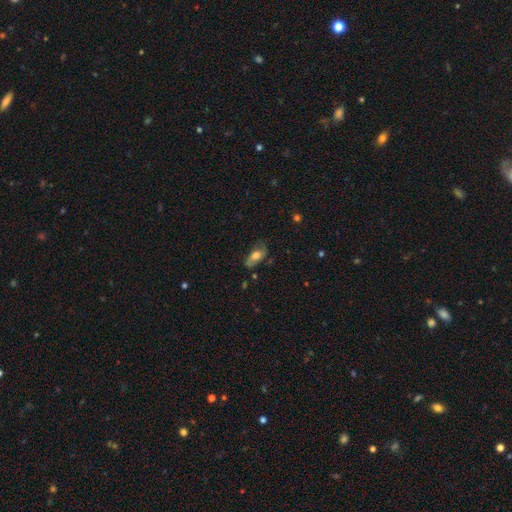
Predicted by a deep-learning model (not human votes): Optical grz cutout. It shows a smooth galaxy with no disk features (63%) that is in between round and cigar-shaped (84%). Merging: none (62%).